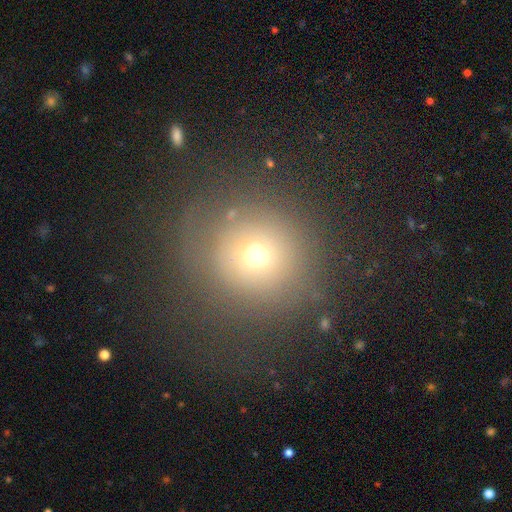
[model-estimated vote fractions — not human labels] Morphology: type=smooth (65%); roundness=round (92%); merging=none (74%).